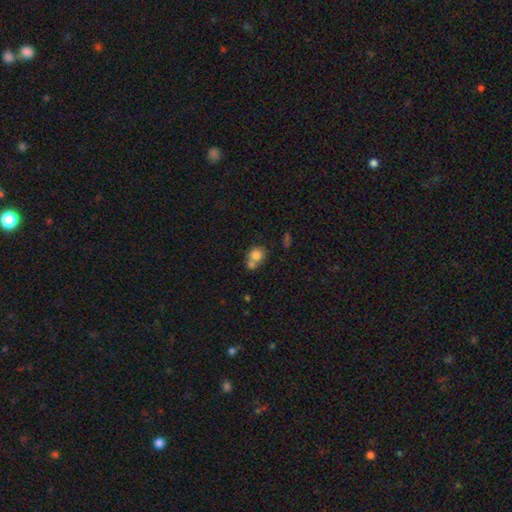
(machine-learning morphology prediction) Overall: smooth (79%). How rounded: round (68%; in between 31%). Merging: merger (49%; none 36%).